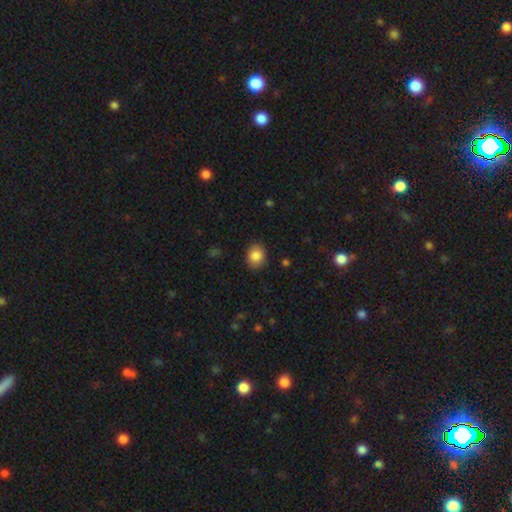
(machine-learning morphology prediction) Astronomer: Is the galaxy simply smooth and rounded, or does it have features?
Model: smooth — 86%.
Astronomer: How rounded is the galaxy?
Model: round — 52% (runner-up: in between, 47%).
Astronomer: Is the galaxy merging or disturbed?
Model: none — 88%.